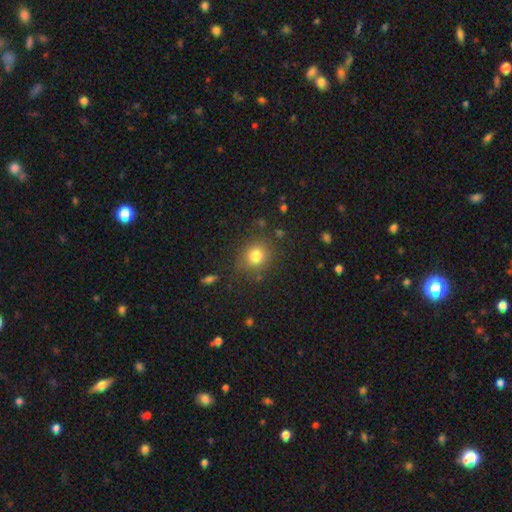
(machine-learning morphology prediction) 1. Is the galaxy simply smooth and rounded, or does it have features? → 80% smooth, 13% star or artifact, 7% featured or disk.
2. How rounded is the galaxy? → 82% round, 17% in between, 1% cigar-shaped.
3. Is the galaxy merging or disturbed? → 83% none, 11% minor disturbance, 4% major disturbance, 3% merger.